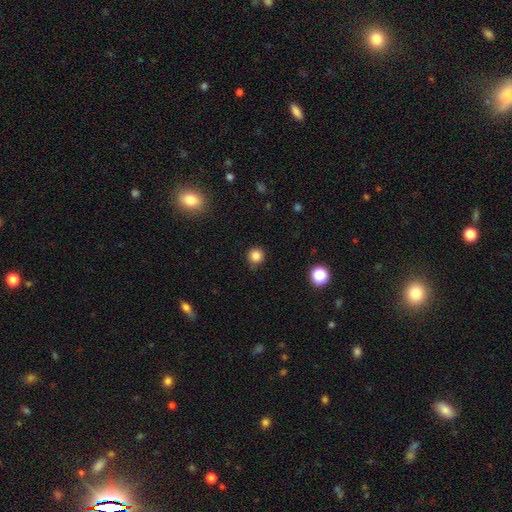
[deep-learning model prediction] Morphology: type=smooth (84%); roundness=round (93%); merging=none (81%).